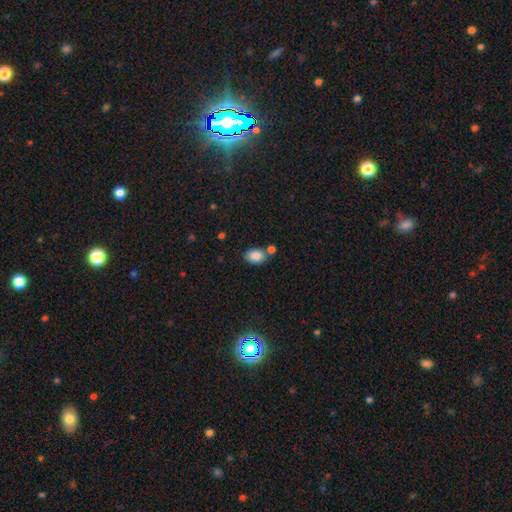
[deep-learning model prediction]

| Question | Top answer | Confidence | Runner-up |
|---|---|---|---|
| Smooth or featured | smooth | 85% | star or artifact (8%) |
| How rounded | in between | 76% | round (23%) |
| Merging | none | 64% | merger (19%) |